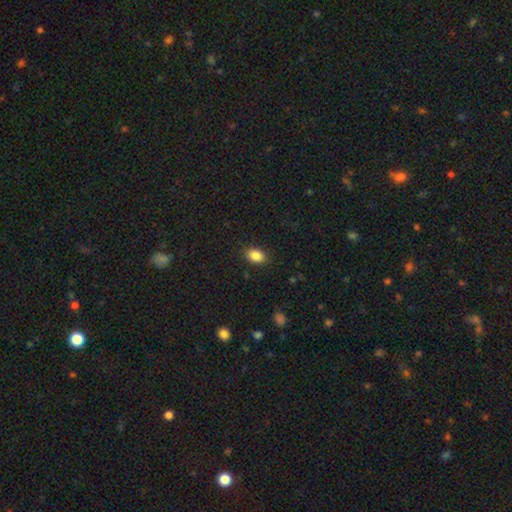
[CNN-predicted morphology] smooth-or-featured: smooth: 87% | star or artifact: 9% | featured or disk: 5%
  how-rounded: in between: 82% | round: 17% | cigar-shaped: 1%
  merging: none: 87% | minor disturbance: 10% | major disturbance: 2% | merger: 1%